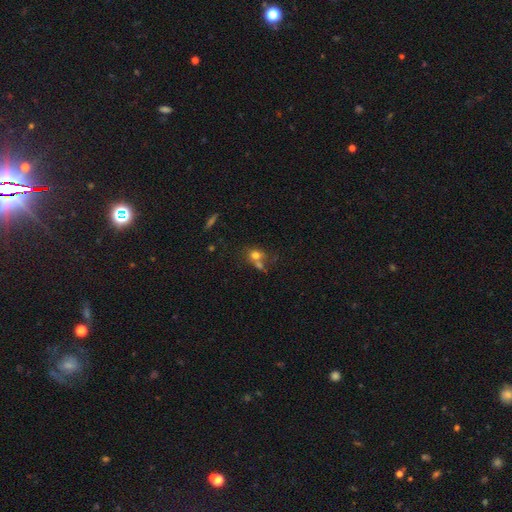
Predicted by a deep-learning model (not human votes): A smooth galaxy with no disk features (71%) that is round (66%). Merging: merger (42%).